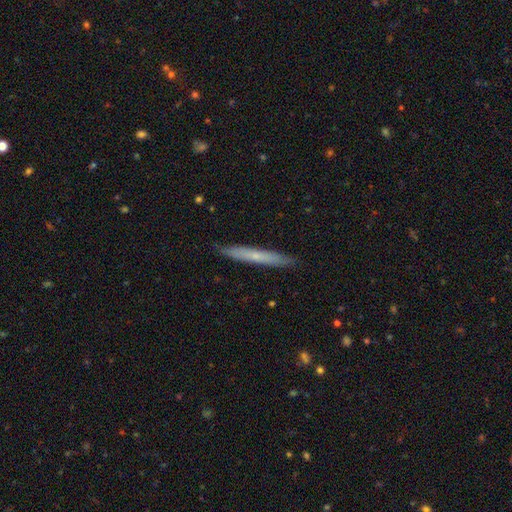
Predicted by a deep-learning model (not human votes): The model was most divided on "smooth or featured": smooth: 52%, featured or disk: 42%, star or artifact: 6%. More confident: how rounded — cigar-shaped (96%); merging — none (89%).